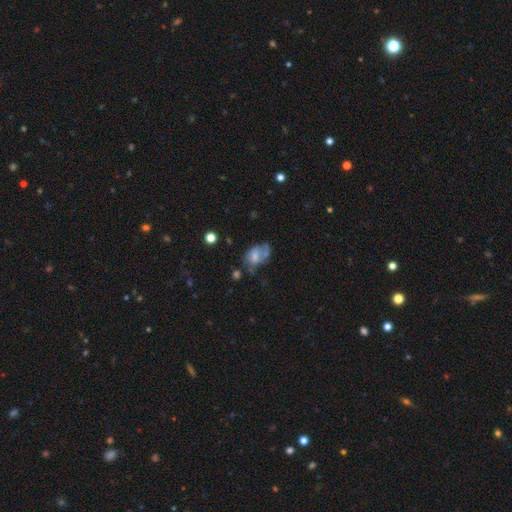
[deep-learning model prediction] Smooth or featured? Predicted: smooth (p=0.54). How rounded? Predicted: in between (p=0.83). Merging? Predicted: none (p=0.28).